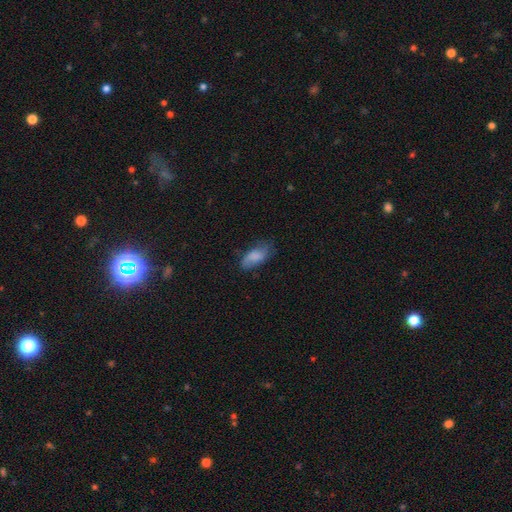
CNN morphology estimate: Smooth or featured? smooth (72%)
How rounded? in between (88%)
Merging? none (60%)